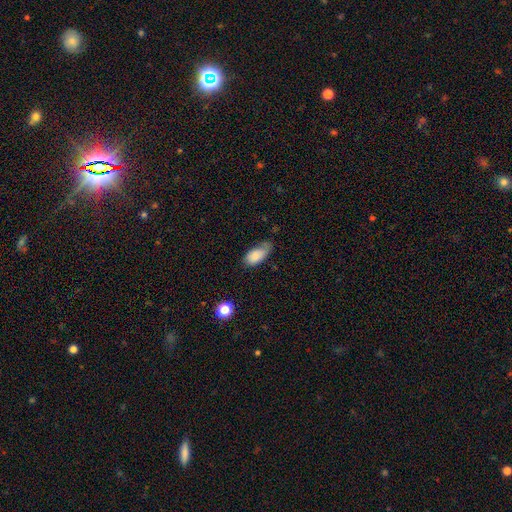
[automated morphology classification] This is clearly a smooth galaxy (82%). How rounded: clearly in between (92%). Merging: marginally minor disturbance (40%, tied with none).